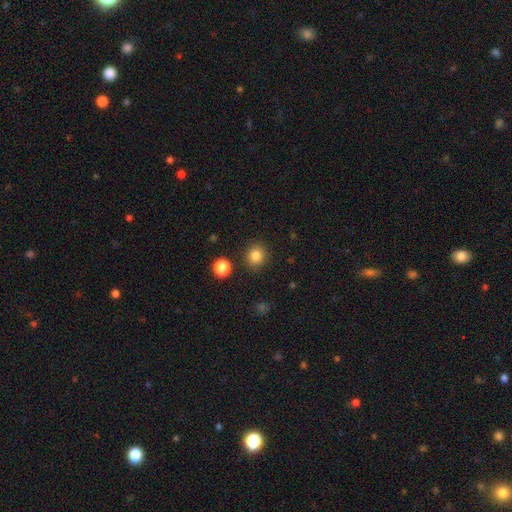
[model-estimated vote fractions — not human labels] A smooth galaxy with no disk features (83%) that is round (85%).

Vote fractions:
- Smooth or featured? smooth: 83% / star or artifact: 12% / featured or disk: 5%
- How rounded? round: 85% / in between: 14% / cigar-shaped: 1%
- Merging? none: 89% / minor disturbance: 7% / merger: 2% / major disturbance: 2%